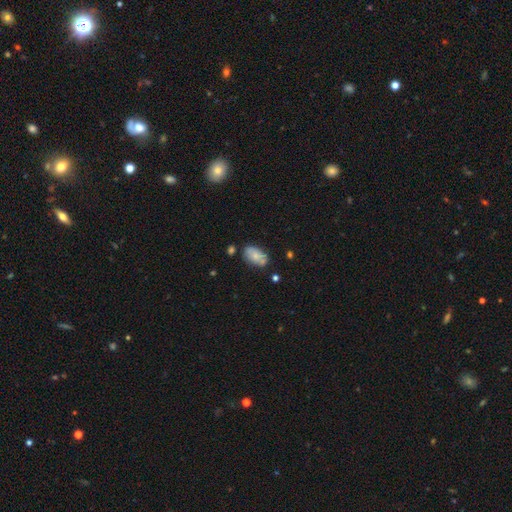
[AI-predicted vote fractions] This is likely a smooth galaxy (70%). How rounded: clearly in between (91%). Merging: likely none (61%).